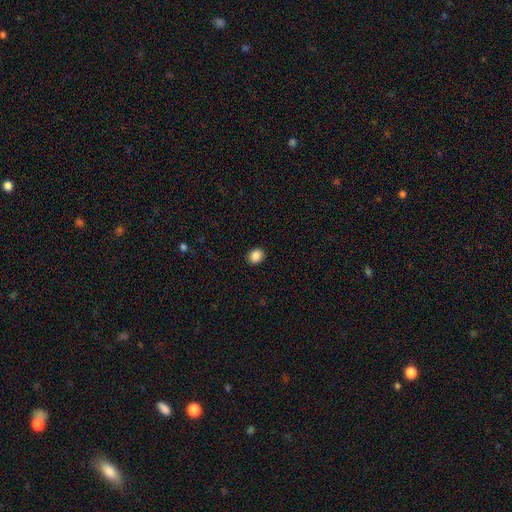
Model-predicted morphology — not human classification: Smooth or featured? Predicted: smooth (p=0.88). How rounded? Predicted: round (p=0.63). Merging? Predicted: none (p=0.91).